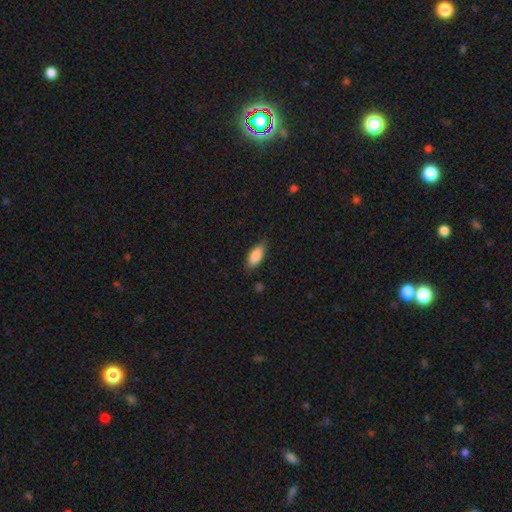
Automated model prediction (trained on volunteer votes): smooth 87%, featured or disk 6%, star or artifact 6%. Down the decision tree: how rounded — in between (84%); merging — none (79%).